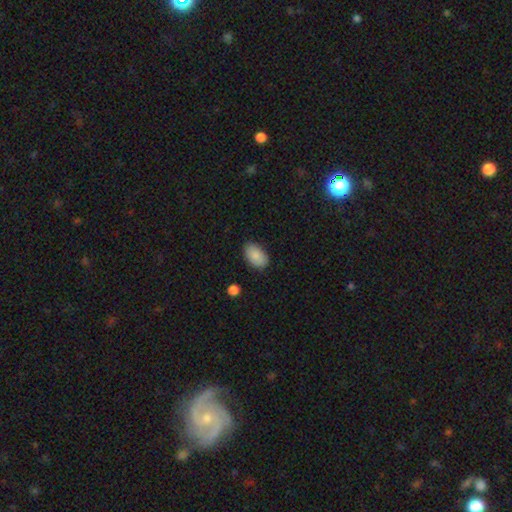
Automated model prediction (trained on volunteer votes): A smooth galaxy with no disk features (84%) that is in between round and cigar-shaped (92%). Merging: none (80%).